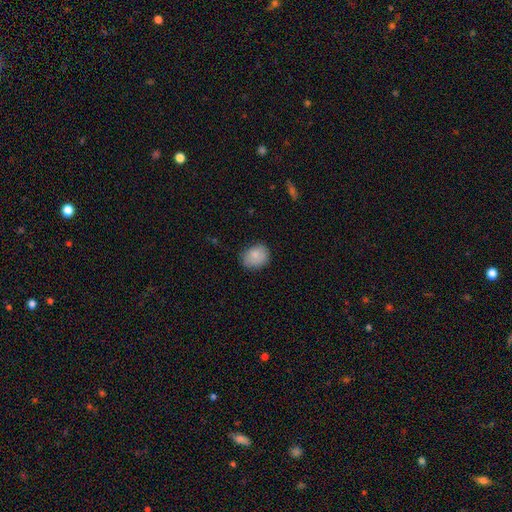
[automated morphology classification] A smooth galaxy with no disk features (83%) that is round (50%).

Vote fractions:
- Smooth or featured? smooth: 83% / featured or disk: 10% / star or artifact: 7%
- How rounded? round: 50% / in between: 49% / cigar-shaped: 1%
- Merging? none: 76% / minor disturbance: 19% / major disturbance: 4% / merger: 1%